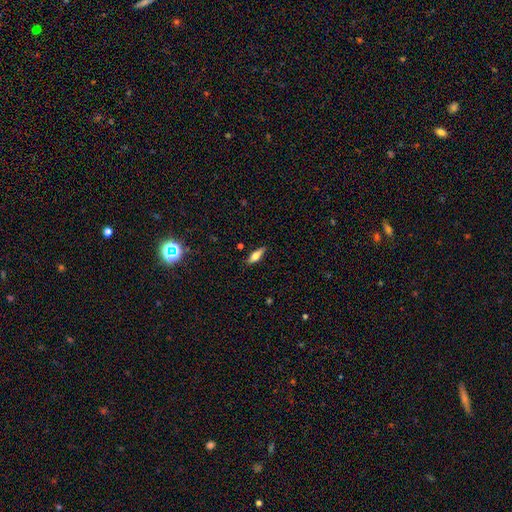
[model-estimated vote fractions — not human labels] A smooth galaxy with no disk features (53%) that is in between round and cigar-shaped (53%).

Vote fractions:
- Smooth or featured? smooth: 53% / featured or disk: 39% / star or artifact: 8%
- How rounded? in between: 53% / cigar-shaped: 44% / round: 3%
- Merging? none: 85% / minor disturbance: 11% / major disturbance: 2% / merger: 1%